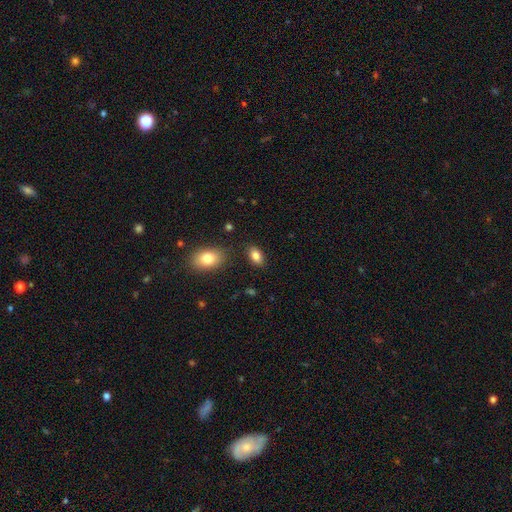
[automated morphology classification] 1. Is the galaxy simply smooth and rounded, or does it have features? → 84% smooth, 9% star or artifact, 7% featured or disk.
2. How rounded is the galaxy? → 90% in between, 8% round, 2% cigar-shaped.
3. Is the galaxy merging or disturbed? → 84% none, 10% minor disturbance, 3% merger, 3% major disturbance.